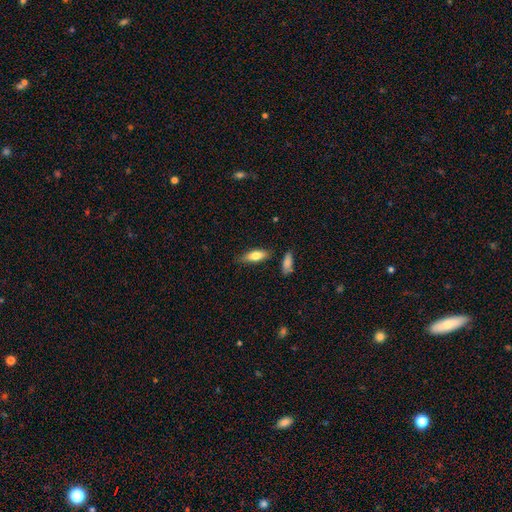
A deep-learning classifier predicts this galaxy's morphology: Smooth or featured?
  - smooth: 74% *
  - featured or disk: 20%
  - star or artifact: 6%
How rounded?
  - in between: 65% *
  - cigar-shaped: 33%
  - round: 2%
Merging?
  - none: 77% *
  - minor disturbance: 16%
  - merger: 4%
  - major disturbance: 3%